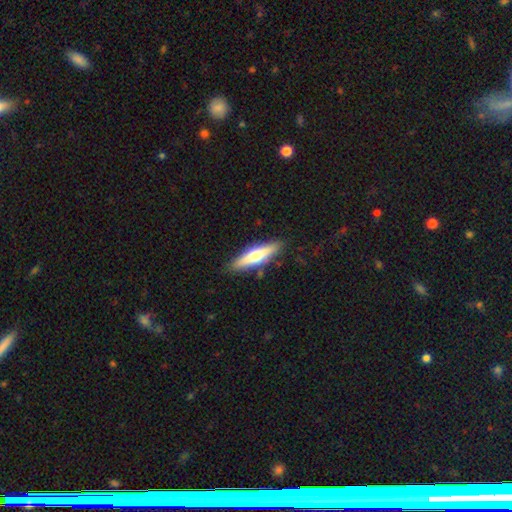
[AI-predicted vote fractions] Smooth or featured? smooth (52%)
How rounded? cigar-shaped (70%)
Merging? none (85%)